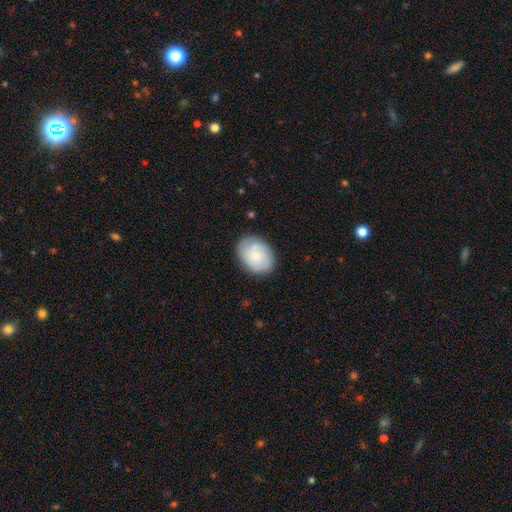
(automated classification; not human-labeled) This appears to be a smooth galaxy with no disk features (61%) that is in between round and cigar-shaped (68%). Merging: none (76%).